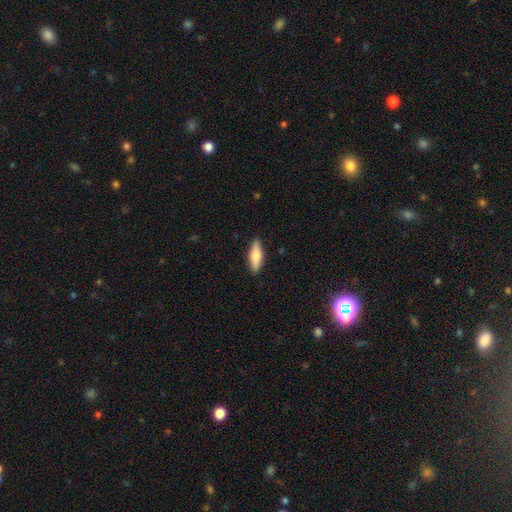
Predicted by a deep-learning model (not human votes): Smooth or featured? smooth (58%)
How rounded? in between (51%)
Merging? none (89%)